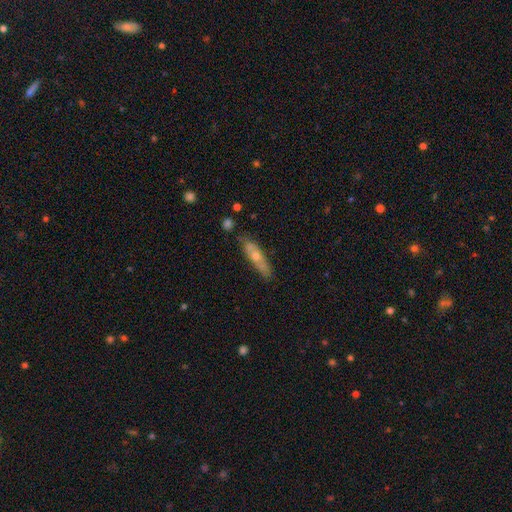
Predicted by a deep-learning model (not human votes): This is possibly a smooth galaxy (48%). Merging: likely none (69%).